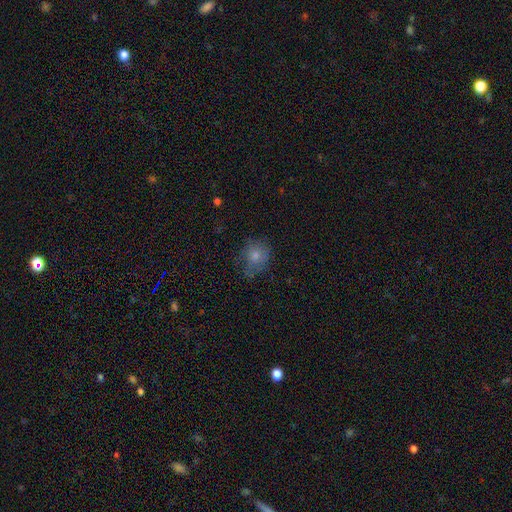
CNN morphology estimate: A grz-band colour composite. It shows a smooth galaxy with no disk features (73%) that is round (64%). Merging: none (54%).